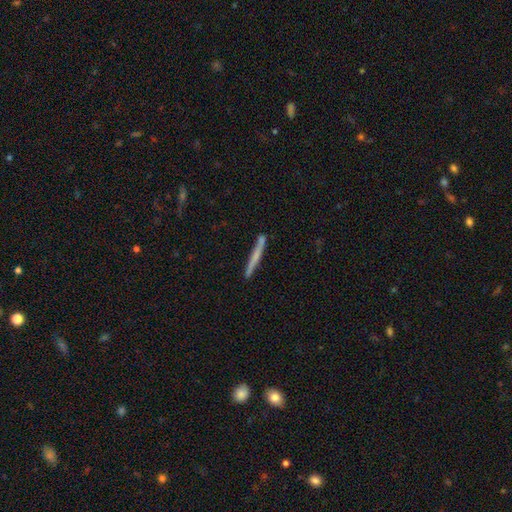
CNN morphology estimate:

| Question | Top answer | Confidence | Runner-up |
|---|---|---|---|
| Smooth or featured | smooth | 50% | featured or disk (43%) |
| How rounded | cigar-shaped | 97% | in between (2%) |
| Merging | none | 85% | minor disturbance (10%) |